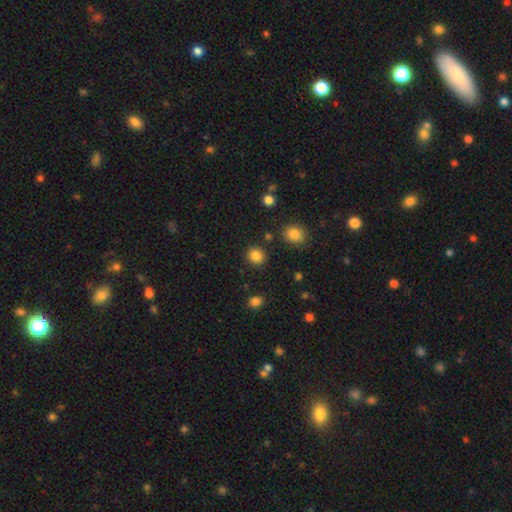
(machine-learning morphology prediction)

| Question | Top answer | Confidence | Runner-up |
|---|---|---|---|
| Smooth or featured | smooth | 85% | star or artifact (11%) |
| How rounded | round | 81% | in between (18%) |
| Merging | none | 88% | minor disturbance (7%) |